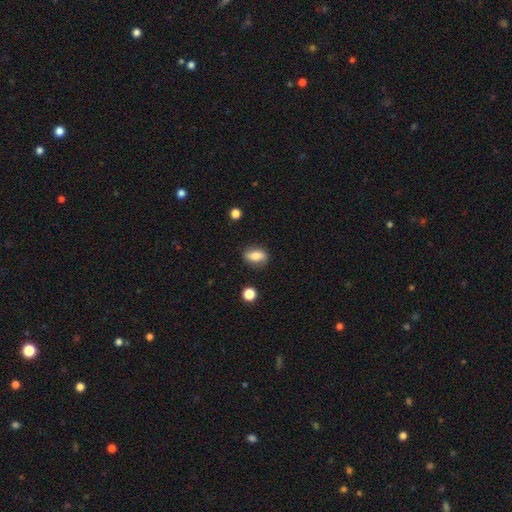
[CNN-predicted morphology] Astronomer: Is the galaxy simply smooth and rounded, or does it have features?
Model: smooth — 74%.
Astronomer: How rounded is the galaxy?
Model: in between — 78%.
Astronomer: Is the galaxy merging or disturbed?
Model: none — 82%.